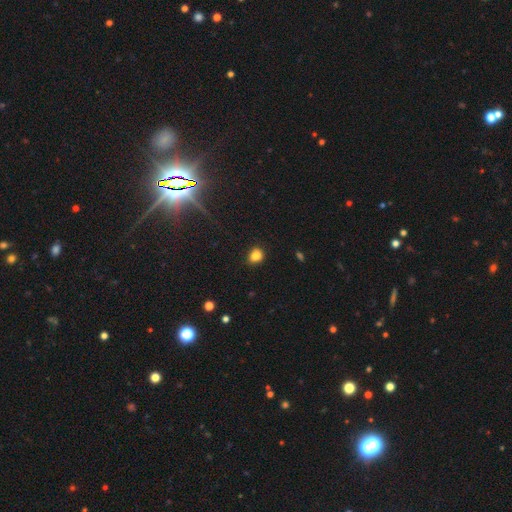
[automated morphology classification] A smooth galaxy with no disk features (84%) that is round (56%). Merging: none (83%).